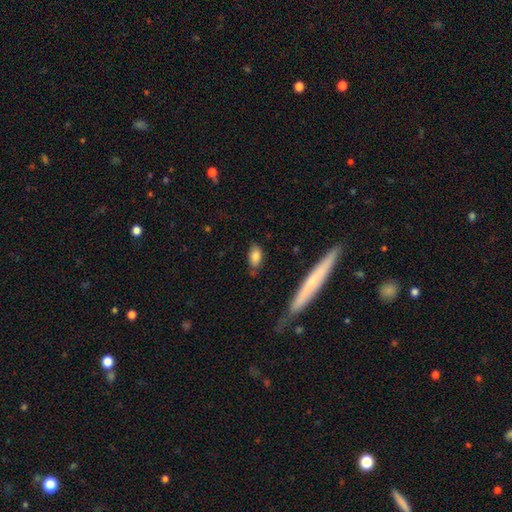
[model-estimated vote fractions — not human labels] Q: Smooth or featured?
A: smooth (82%); runner-up: featured or disk (10%)
Q: How rounded?
A: in between (88%); runner-up: cigar-shaped (8%)
Q: Merging?
A: none (75%); runner-up: minor disturbance (17%)